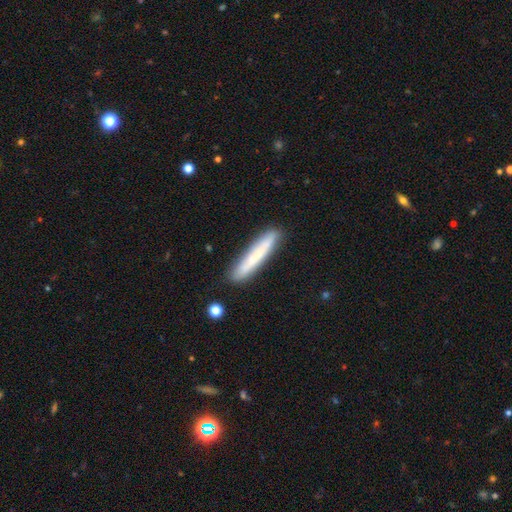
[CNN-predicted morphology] smooth-or-featured: smooth: 70% | featured or disk: 24% | star or artifact: 7%
  how-rounded: cigar-shaped: 94% | in between: 5% | round: 1%
  merging: none: 87% | minor disturbance: 10% | merger: 2% | major disturbance: 2%